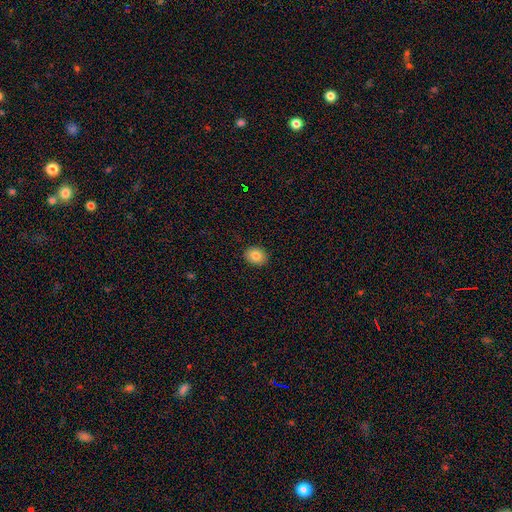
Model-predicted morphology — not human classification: Smooth or featured? smooth (84%)
How rounded? in between (54%)
Merging? none (90%)